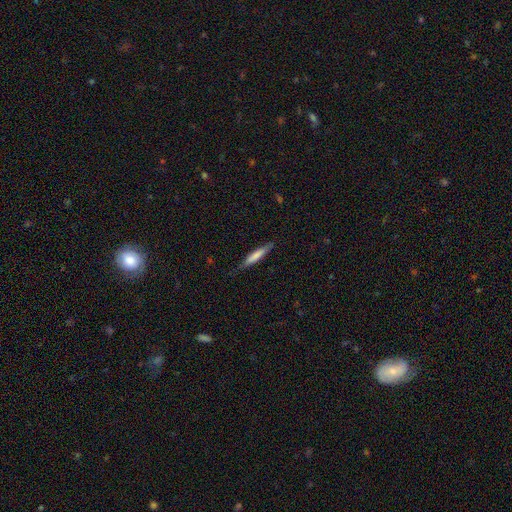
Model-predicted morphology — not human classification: type=smooth (66%); roundness=cigar-shaped (92%); merging=none (79%).